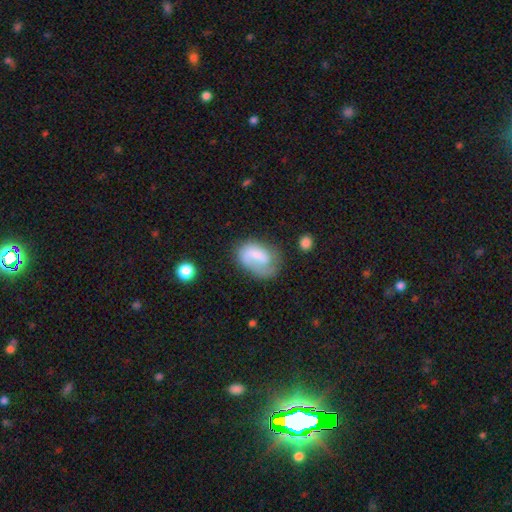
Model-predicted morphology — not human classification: Overall: smooth (51%; featured or disk 42%). How rounded: in between (83%). Merging: none (43%; minor disturbance 27%).